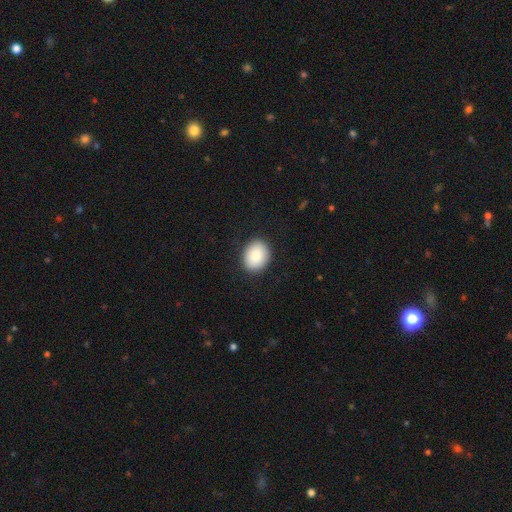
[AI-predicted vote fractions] This appears to be a smooth galaxy with no disk features (89%) that is in between round and cigar-shaped (53%). Merging: none (89%).